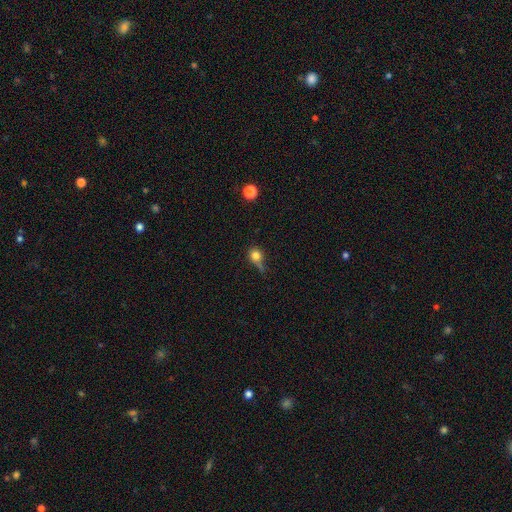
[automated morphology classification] A smooth galaxy with no disk features (78%) that is round (82%).

Vote fractions:
- Smooth or featured? smooth: 78% / star or artifact: 12% / featured or disk: 10%
- How rounded? round: 82% / in between: 16% / cigar-shaped: 2%
- Merging? none: 45% / minor disturbance: 27% / major disturbance: 15% / merger: 12%